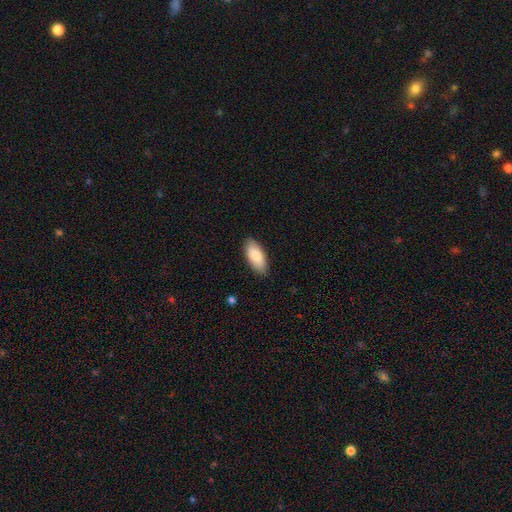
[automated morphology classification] smooth-or-featured: smooth: 87% | featured or disk: 8% | star or artifact: 5%
  how-rounded: in between: 88% | cigar-shaped: 10% | round: 2%
  merging: none: 87% | minor disturbance: 11% | major disturbance: 2% | merger: 1%